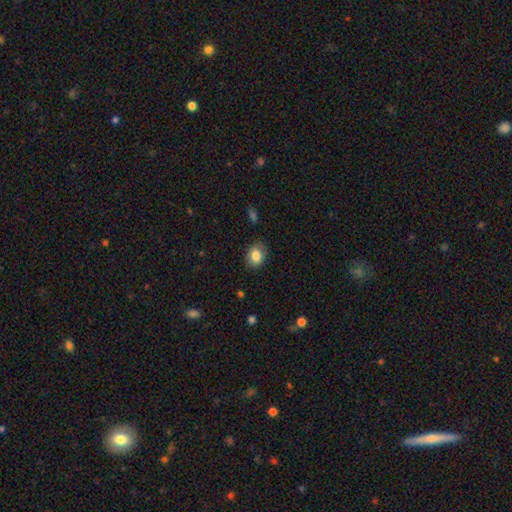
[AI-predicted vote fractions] Smooth or featured: smooth — 84% (star or artifact — 8%)
How rounded: in between — 60% (round — 40%)
Merging: none — 85% (minor disturbance — 11%)